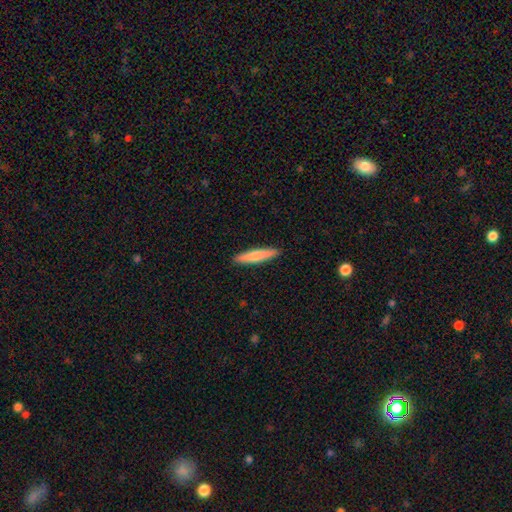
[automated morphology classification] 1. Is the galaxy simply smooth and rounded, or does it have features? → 76% smooth, 19% featured or disk, 5% star or artifact.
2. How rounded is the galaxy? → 89% cigar-shaped, 10% in between, 1% round.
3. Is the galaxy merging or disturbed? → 91% none, 6% minor disturbance, 1% major disturbance, 1% merger.